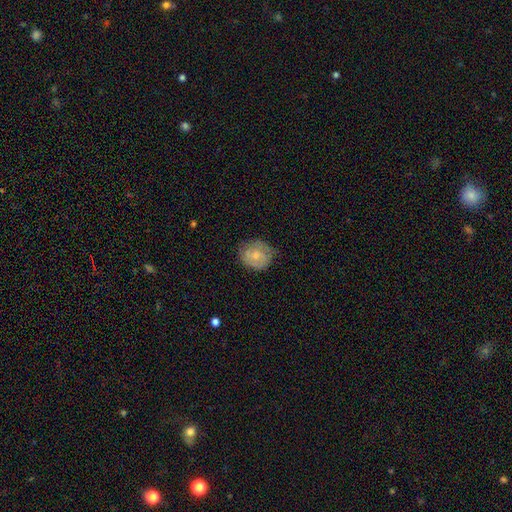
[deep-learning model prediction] Q: Smooth or featured?
A: smooth (57%); runner-up: featured or disk (36%)
Q: How rounded?
A: round (74%); runner-up: in between (25%)
Q: Merging?
A: none (65%); runner-up: minor disturbance (27%)